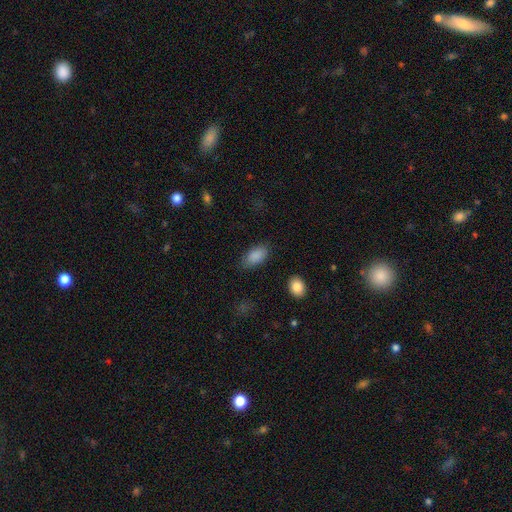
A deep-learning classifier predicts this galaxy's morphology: Overall: smooth (88%). How rounded: in between (94%). Merging: none (80%).